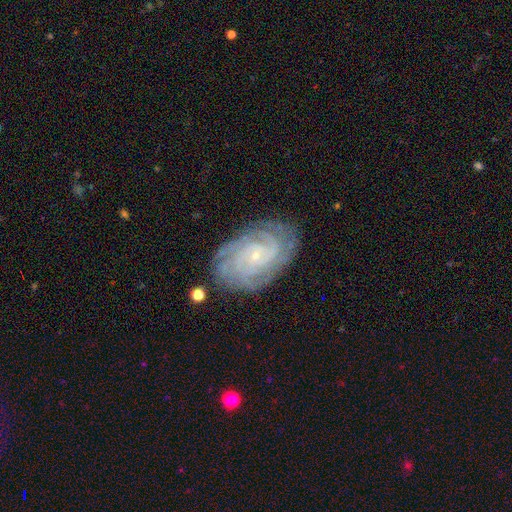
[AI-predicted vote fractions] Q: Smooth or featured?
A: featured or disk (87%); runner-up: smooth (7%)
Q: Edge-on disk?
A: no (97%); runner-up: yes (3%)
Q: Bar?
A: no (74%); runner-up: weak (20%)
Q: Spiral arms?
A: yes (98%); runner-up: no (2%)
Q: Spiral winding?
A: tight (80%); runner-up: medium (17%)
Q: Spiral arm count?
A: 4 (28%); runner-up: can't tell (21%)
Q: Bulge size?
A: small (87%); runner-up: moderate (9%)
Q: Merging?
A: none (81%); runner-up: minor disturbance (14%)